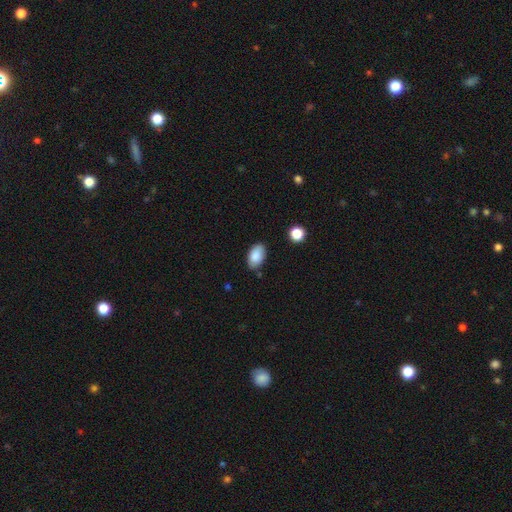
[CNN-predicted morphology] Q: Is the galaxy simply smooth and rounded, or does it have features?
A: smooth — 88%.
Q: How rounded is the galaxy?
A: in between — 93%.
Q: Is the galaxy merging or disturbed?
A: none — 81%.